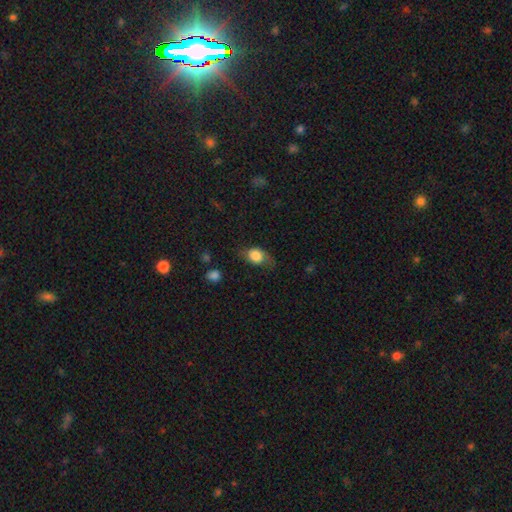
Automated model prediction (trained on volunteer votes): Smooth or featured: smooth — 74% (featured or disk — 17%)
How rounded: in between — 67% (round — 31%)
Merging: none — 55% (minor disturbance — 29%)